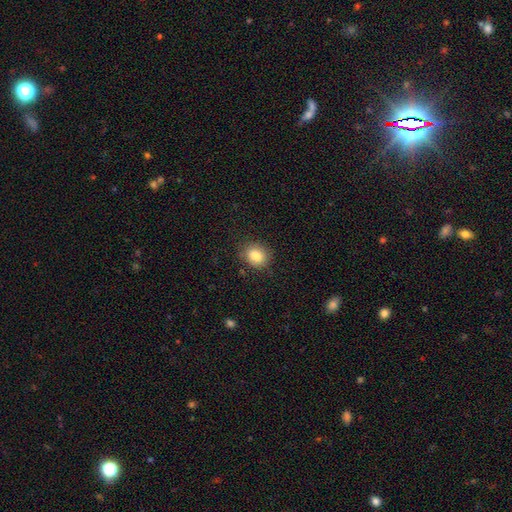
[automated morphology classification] A smooth galaxy with no disk features (84%) that is round (62%). Merging: none (85%).